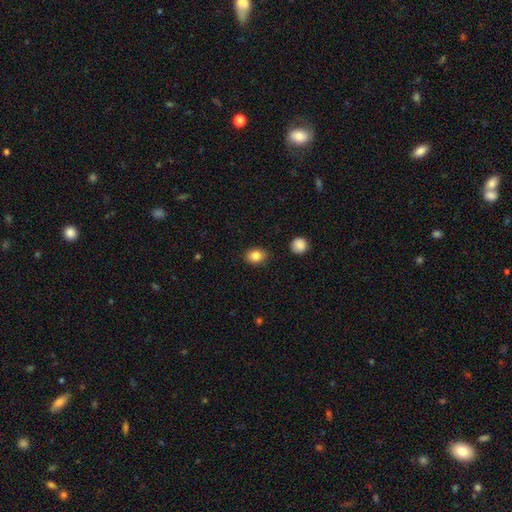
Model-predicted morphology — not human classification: The model was most divided on "how rounded": in between: 57%, round: 42%, cigar-shaped: 1%. More confident: merging — none (86%); smooth or featured — smooth (84%).